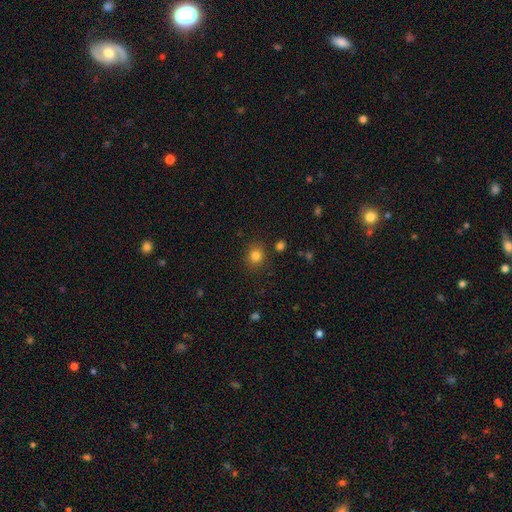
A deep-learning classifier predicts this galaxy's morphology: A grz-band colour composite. It shows a smooth galaxy with no disk features (82%) that is round (79%). Merging: none (84%).